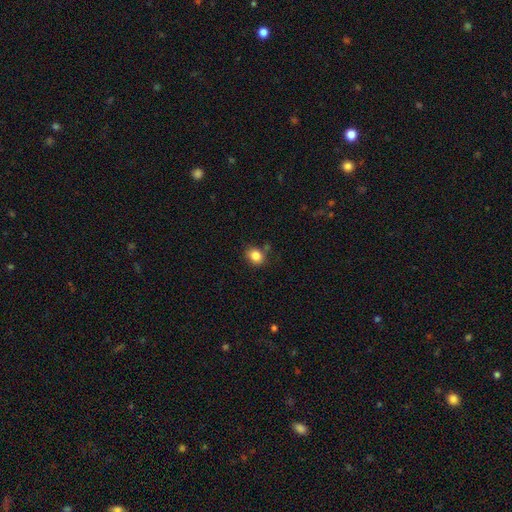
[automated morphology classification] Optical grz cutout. It shows a smooth galaxy with no disk features (84%) that is round (59%). Merging: none (73%).